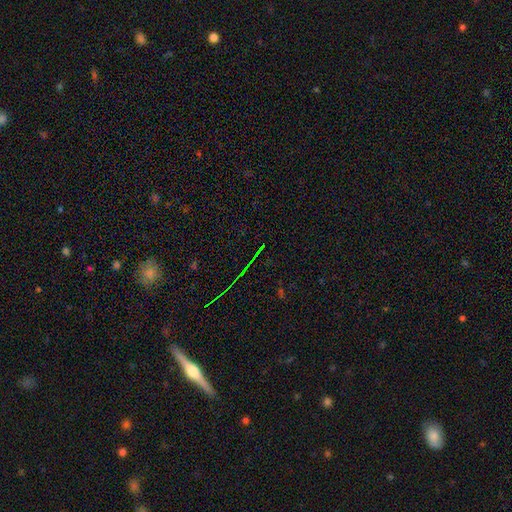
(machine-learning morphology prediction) The model was most divided on "smooth or featured": star or artifact: 47%, featured or disk: 37%, smooth: 17%.